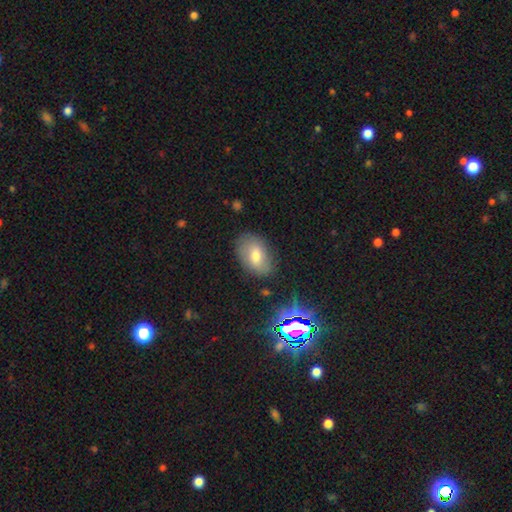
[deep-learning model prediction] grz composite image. It shows a smooth galaxy with no disk features (63%) that is in between round and cigar-shaped (87%). Merging: none (78%).